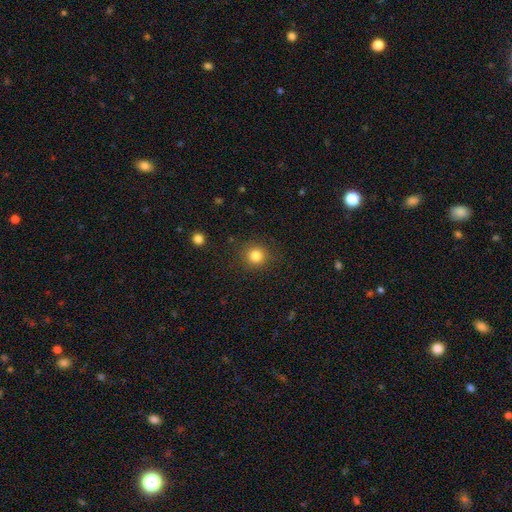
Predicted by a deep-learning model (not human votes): smooth-or-featured: smooth: 83% | star or artifact: 12% | featured or disk: 5%
  how-rounded: round: 92% | in between: 7% | cigar-shaped: 1%
  merging: none: 88% | minor disturbance: 8% | major disturbance: 3% | merger: 1%